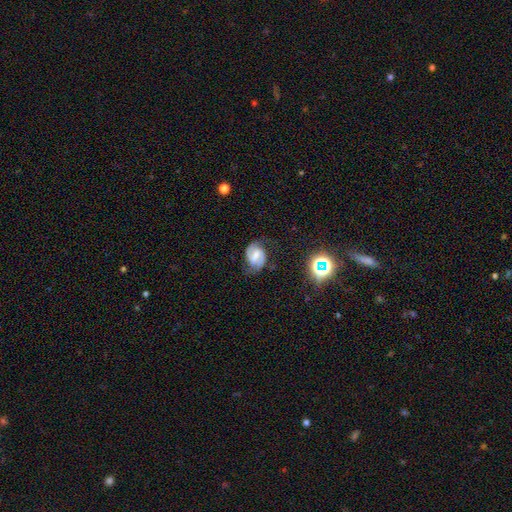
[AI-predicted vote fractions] Overall: featured or disk (77%). Edge-on disk: no (97%). Bar: weak (44%; strong 41%). Spiral arms: yes (94%). Spiral arm count: 2 (90%). Spiral winding: medium (51%; tight 30%). Bulge size: small (40%; moderate 35%). Merging: none (72%).